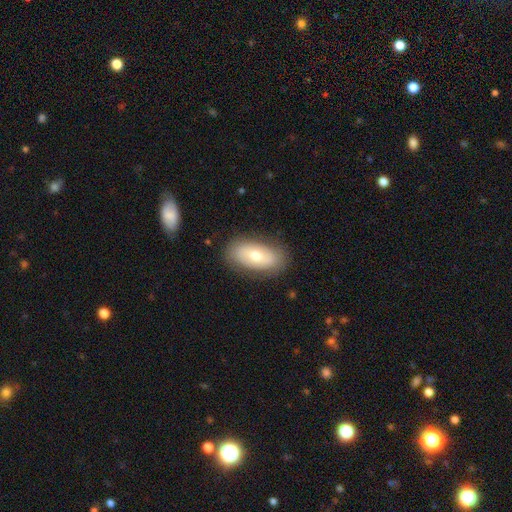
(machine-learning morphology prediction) smooth-or-featured: smooth: 64% | featured or disk: 29% | star or artifact: 6%
  how-rounded: in between: 93% | round: 4% | cigar-shaped: 3%
  merging: none: 83% | minor disturbance: 12% | major disturbance: 3% | merger: 1%